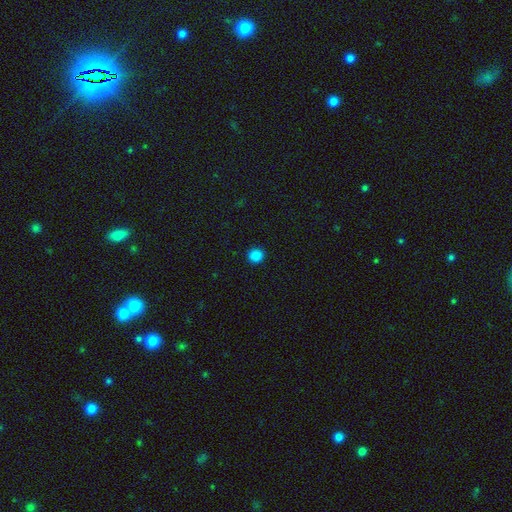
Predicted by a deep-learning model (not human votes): The model was most divided on "smooth or featured": smooth: 86%, star or artifact: 12%, featured or disk: 2%. More confident: how rounded — round (93%); merging — none (92%).